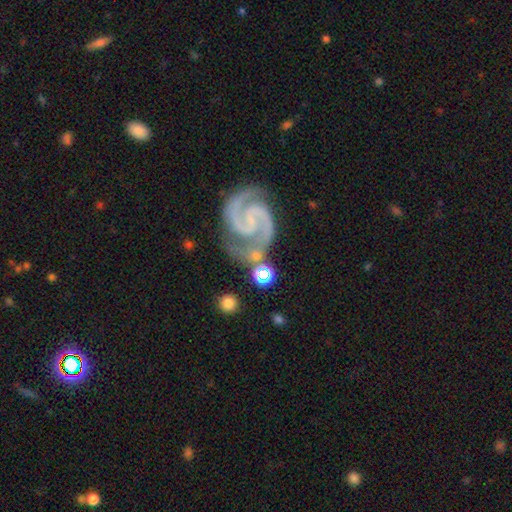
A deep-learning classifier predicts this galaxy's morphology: Q: Smooth or featured?
A: featured or disk (82%); runner-up: smooth (11%)
Q: Edge-on disk?
A: no (98%); runner-up: yes (2%)
Q: Bar?
A: weak (43%); runner-up: no (40%)
Q: Spiral arms?
A: yes (97%); runner-up: no (3%)
Q: Spiral winding?
A: medium (61%); runner-up: tight (23%)
Q: Spiral arm count?
A: 2 (93%); runner-up: can't tell (2%)
Q: Bulge size?
A: small (55%); runner-up: none (29%)
Q: Merging?
A: none (61%); runner-up: minor disturbance (17%)